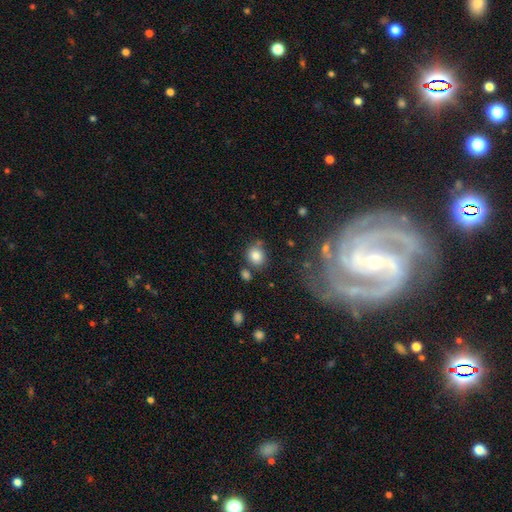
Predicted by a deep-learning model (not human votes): Q: Smooth or featured?
A: smooth (83%); runner-up: star or artifact (10%)
Q: How rounded?
A: round (74%); runner-up: in between (25%)
Q: Merging?
A: none (70%); runner-up: minor disturbance (13%)